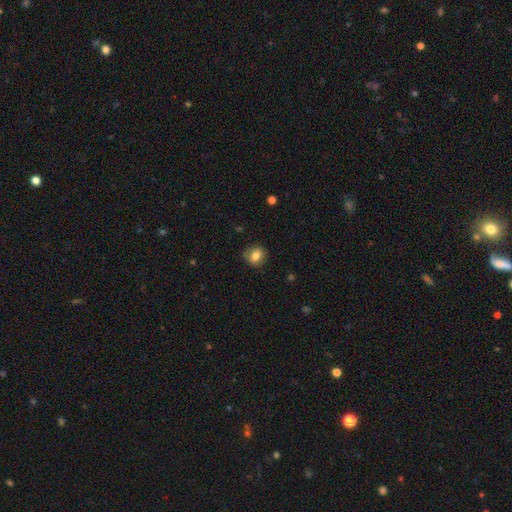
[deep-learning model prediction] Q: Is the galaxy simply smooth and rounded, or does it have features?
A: smooth — 80%.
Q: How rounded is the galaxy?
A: round — 78%.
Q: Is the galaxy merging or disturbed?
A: none — 83%.